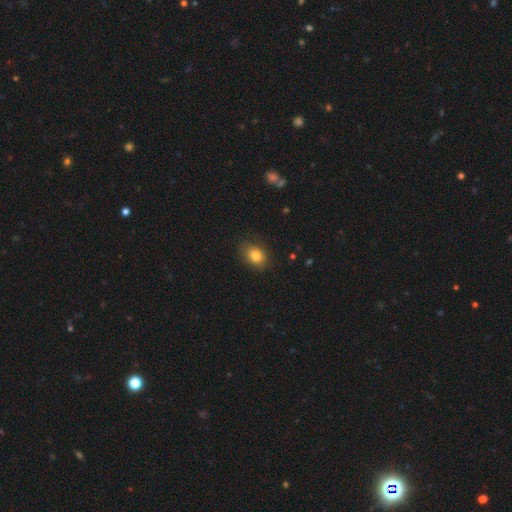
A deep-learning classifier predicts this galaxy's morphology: This is clearly a smooth galaxy (82%). How rounded: likely in between (62%). Merging: likely none (79%).